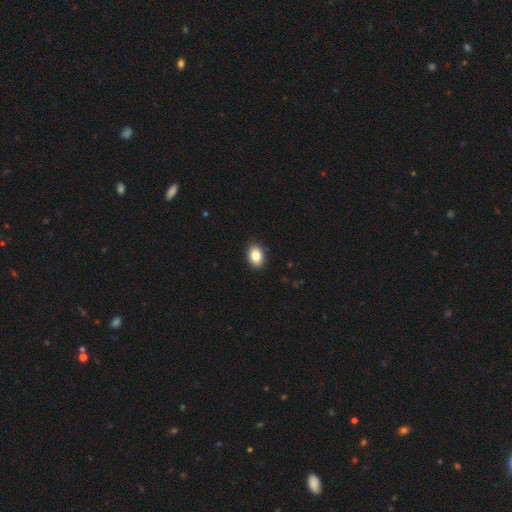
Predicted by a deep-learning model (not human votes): smooth 86%, star or artifact 8%, featured or disk 6%. Down the decision tree: how rounded — in between (82%); merging — none (89%).